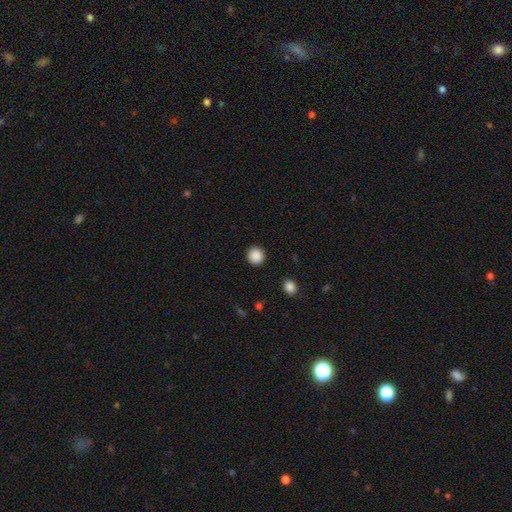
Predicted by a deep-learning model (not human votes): Overall: smooth (89%). How rounded: round (93%). Merging: none (92%).